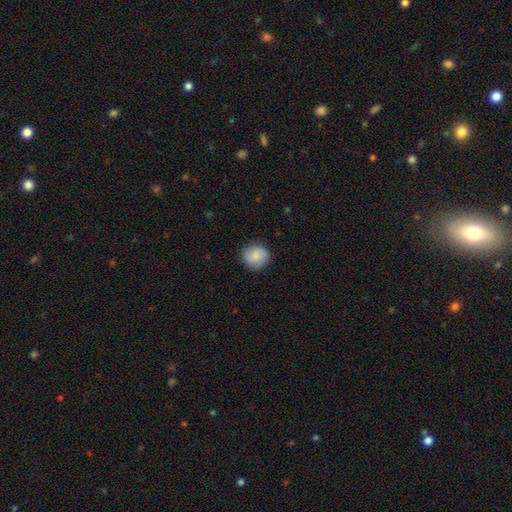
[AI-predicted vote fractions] A smooth galaxy with no disk features (84%) that is round (89%). Merging: none (86%).